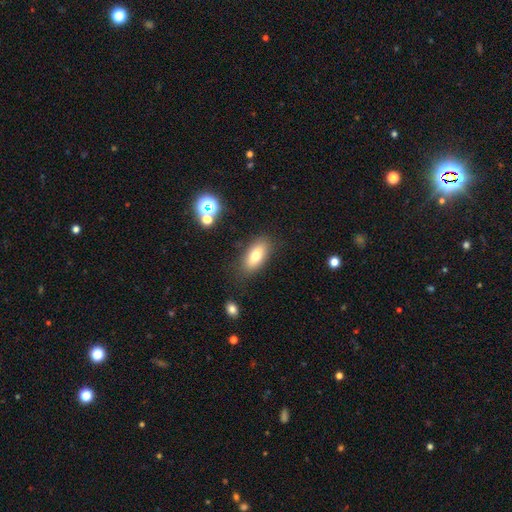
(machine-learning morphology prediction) Smooth or featured: smooth — 73% (featured or disk — 18%)
How rounded: in between — 84% (cigar-shaped — 11%)
Merging: none — 83% (minor disturbance — 12%)